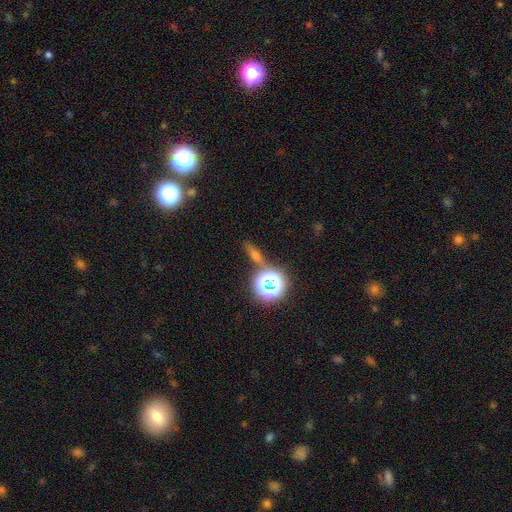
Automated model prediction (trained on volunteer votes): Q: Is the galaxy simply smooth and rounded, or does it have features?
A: star or artifact — 39%.